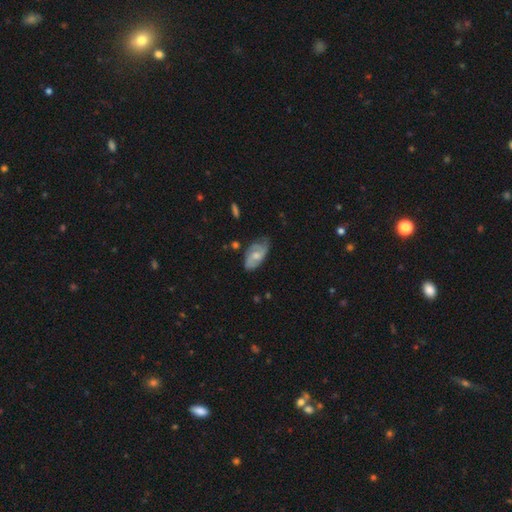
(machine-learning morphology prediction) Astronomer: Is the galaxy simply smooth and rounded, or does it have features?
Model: featured or disk — 65%.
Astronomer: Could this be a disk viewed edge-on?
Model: no — 94%.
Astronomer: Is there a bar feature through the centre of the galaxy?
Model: no — 58% (runner-up: weak, 36%).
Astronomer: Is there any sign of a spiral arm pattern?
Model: yes — 88%.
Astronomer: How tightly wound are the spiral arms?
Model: medium — 44% (runner-up: tight, 36%).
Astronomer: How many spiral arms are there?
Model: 2 — 52%.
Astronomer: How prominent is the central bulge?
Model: moderate — 57% (runner-up: small, 33%).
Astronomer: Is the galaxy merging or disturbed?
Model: none — 61%.